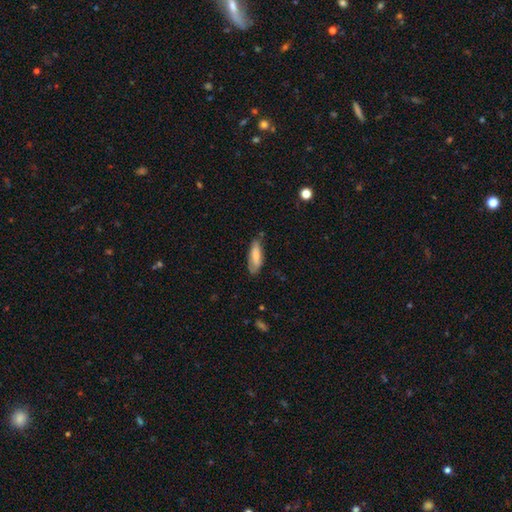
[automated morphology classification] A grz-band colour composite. It shows a smooth galaxy with no disk features (73%) that is in between round and cigar-shaped (58%). Merging: none (62%).